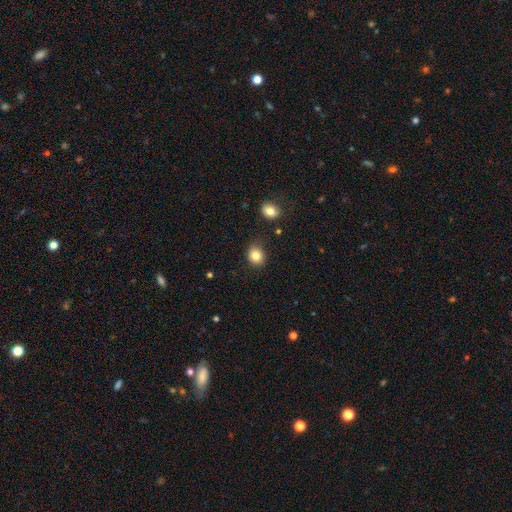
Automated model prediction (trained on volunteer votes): A smooth galaxy with no disk features (83%) that is round (68%). Merging: none (80%).